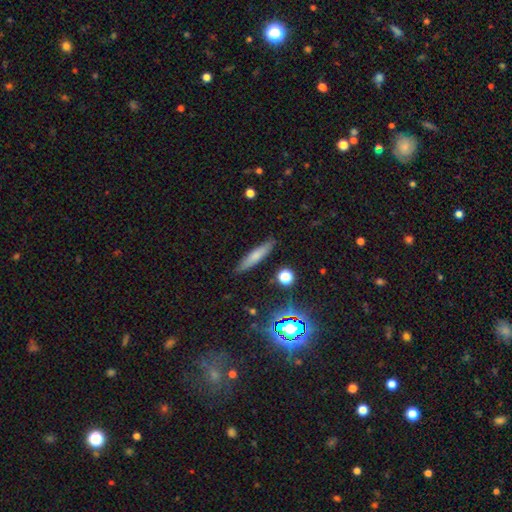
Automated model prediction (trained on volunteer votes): Smooth or featured?
  - smooth: 67% *
  - featured or disk: 22%
  - star or artifact: 12%
How rounded?
  - cigar-shaped: 86% *
  - in between: 12%
  - round: 2%
Merging?
  - none: 87% *
  - minor disturbance: 9%
  - major disturbance: 2%
  - merger: 2%